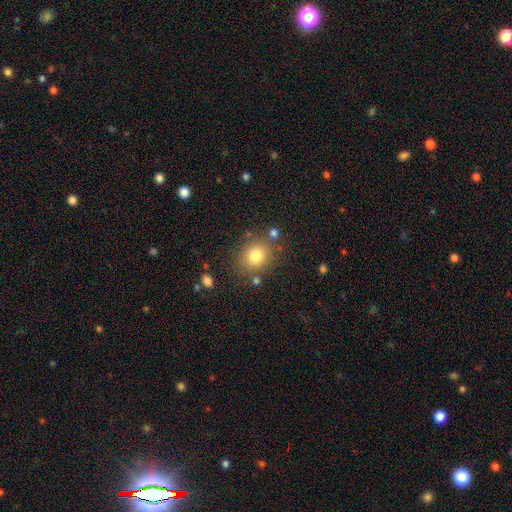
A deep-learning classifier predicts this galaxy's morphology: Overall: smooth (79%). How rounded: round (74%). Merging: none (79%).